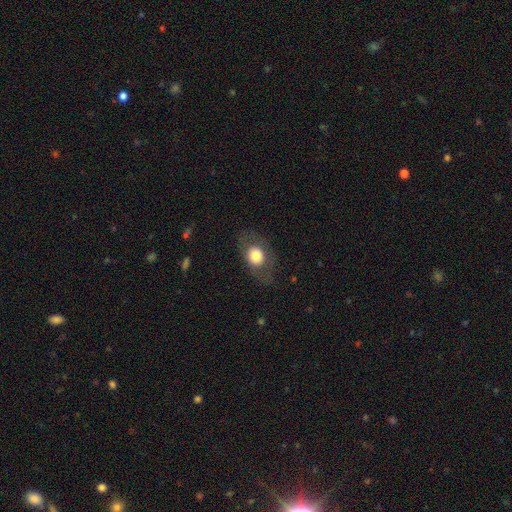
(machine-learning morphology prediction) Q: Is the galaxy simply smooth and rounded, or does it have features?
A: smooth — 67%.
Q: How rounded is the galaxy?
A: in between — 60%.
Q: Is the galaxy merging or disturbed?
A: none — 75%.